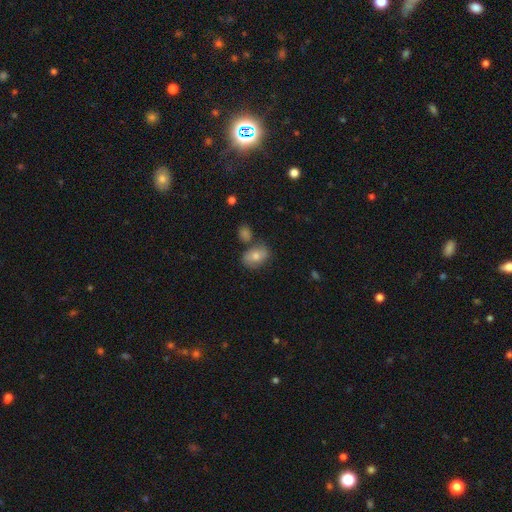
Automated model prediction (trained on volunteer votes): A smooth galaxy with no disk features (69%) that is in between round and cigar-shaped (75%). Merging: none (69%).